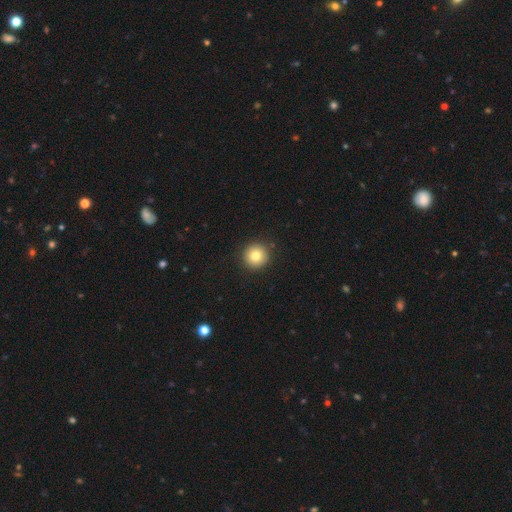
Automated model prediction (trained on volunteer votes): This appears to be a smooth galaxy with no disk features (80%) that is round (95%). Merging: none (91%).